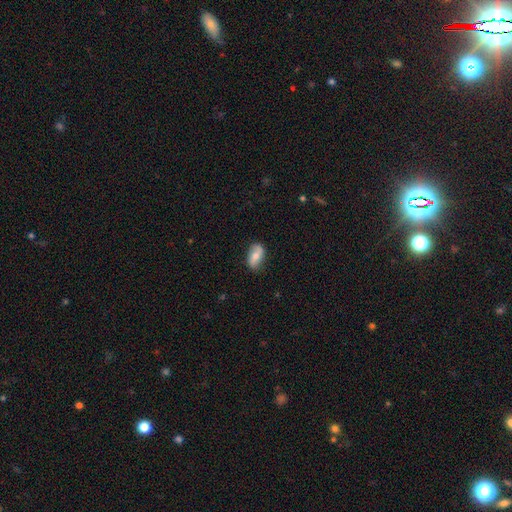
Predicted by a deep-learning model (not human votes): smooth-or-featured: smooth: 54% | featured or disk: 39% | star or artifact: 7%
  how-rounded: in between: 89% | round: 7% | cigar-shaped: 4%
  merging: none: 77% | minor disturbance: 18% | major disturbance: 4% | merger: 1%